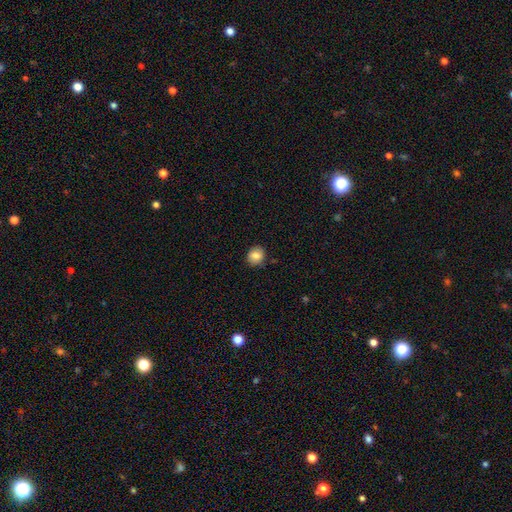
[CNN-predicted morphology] smooth-or-featured: smooth: 84% | star or artifact: 9% | featured or disk: 7%
  how-rounded: round: 81% | in between: 18% | cigar-shaped: 1%
  merging: none: 87% | minor disturbance: 10% | major disturbance: 2% | merger: 1%